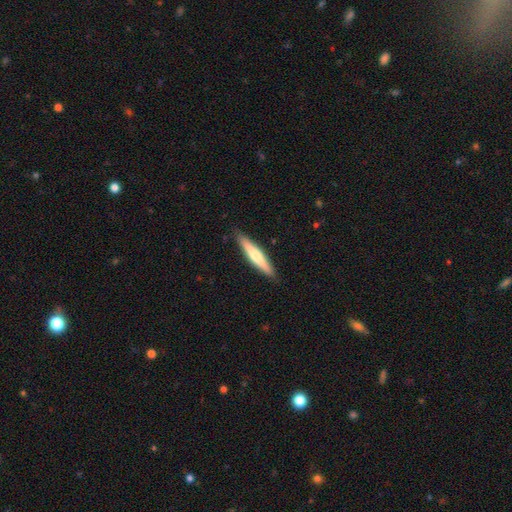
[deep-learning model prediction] This is possibly a smooth galaxy (53%). How rounded: clearly cigar-shaped (89%). Merging: clearly none (89%).